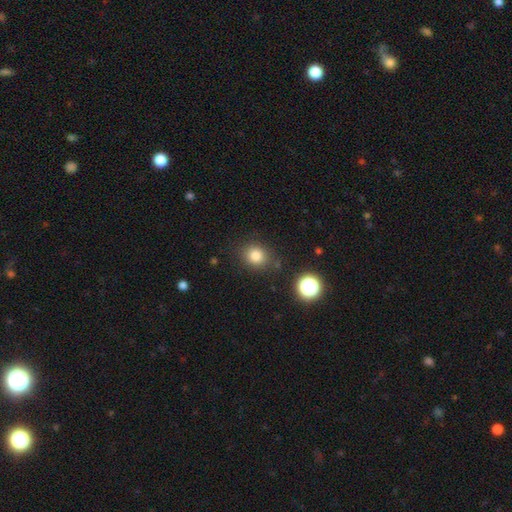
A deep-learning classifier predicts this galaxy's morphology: A smooth galaxy with no disk features (81%) that is round (74%).

Vote fractions:
- Smooth or featured? smooth: 81% / star or artifact: 13% / featured or disk: 6%
- How rounded? round: 74% / in between: 25% / cigar-shaped: 1%
- Merging? none: 82% / minor disturbance: 11% / major disturbance: 4% / merger: 4%